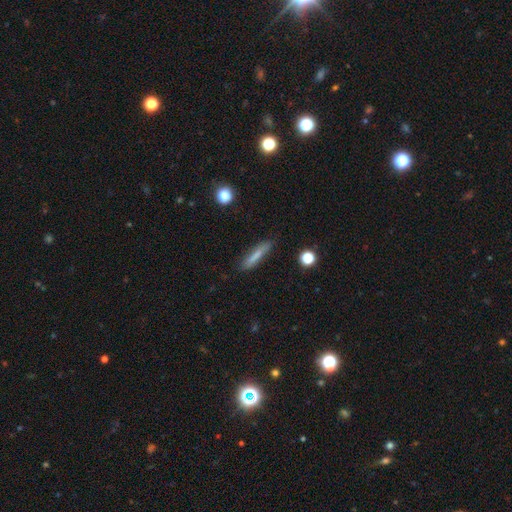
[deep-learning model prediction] smooth-or-featured: smooth: 73% | featured or disk: 19% | star or artifact: 8%
  how-rounded: cigar-shaped: 87% | in between: 11% | round: 2%
  merging: none: 82% | minor disturbance: 13% | major disturbance: 3% | merger: 2%